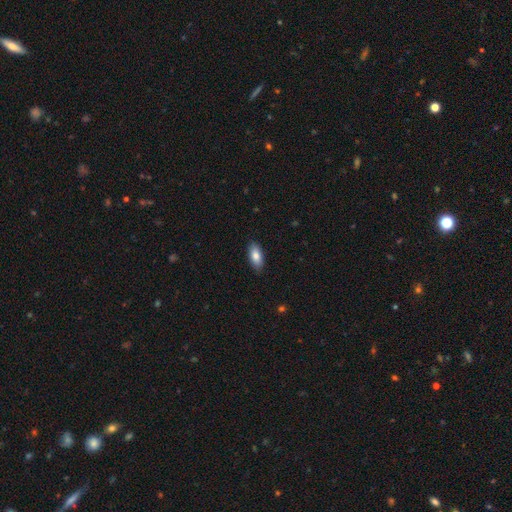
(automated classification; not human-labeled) Q: Smooth or featured?
A: smooth (83%); runner-up: featured or disk (11%)
Q: How rounded?
A: in between (88%); runner-up: cigar-shaped (9%)
Q: Merging?
A: none (87%); runner-up: minor disturbance (10%)